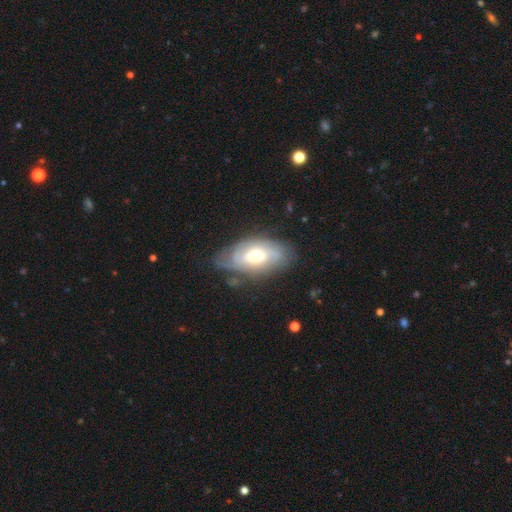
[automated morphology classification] Smooth or featured? featured or disk (66%)
Edge-on disk? no (90%)
Bar? no (63%)
Spiral arms? yes (81%)
Bulge size? moderate (66%)
Merging? none (66%)